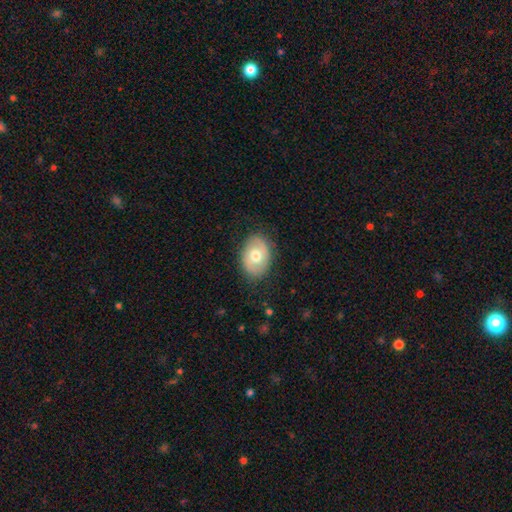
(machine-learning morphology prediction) This appears to be a smooth galaxy with no disk features (62%) that is in between round and cigar-shaped (74%). Merging: none (82%).